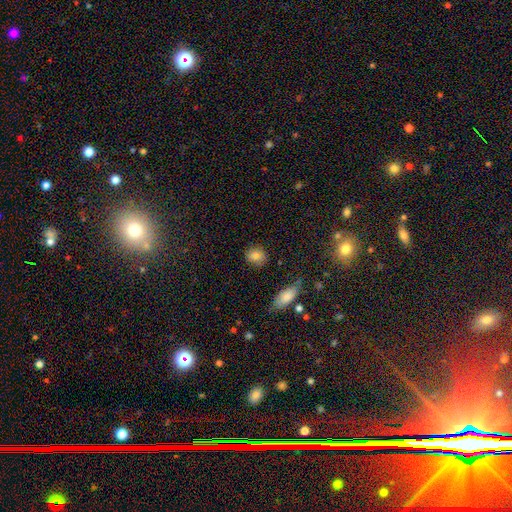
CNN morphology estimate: smooth 82%, star or artifact 9%, featured or disk 8%. Down the decision tree: how rounded — round (73%); merging — none (84%).